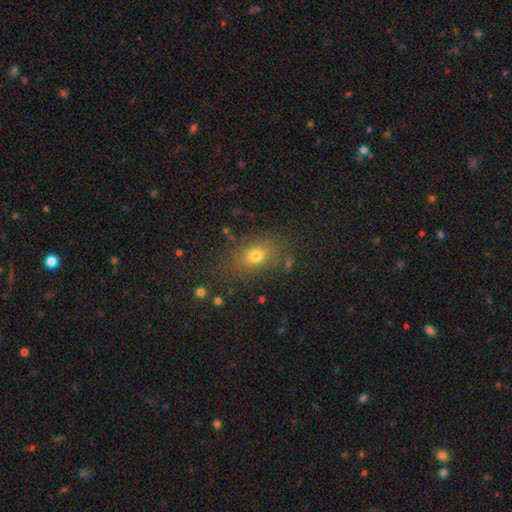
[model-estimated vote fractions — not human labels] smooth-or-featured: smooth: 72% | star or artifact: 15% | featured or disk: 12%
  how-rounded: in between: 67% | round: 31% | cigar-shaped: 2%
  merging: none: 78% | minor disturbance: 14% | major disturbance: 6% | merger: 3%